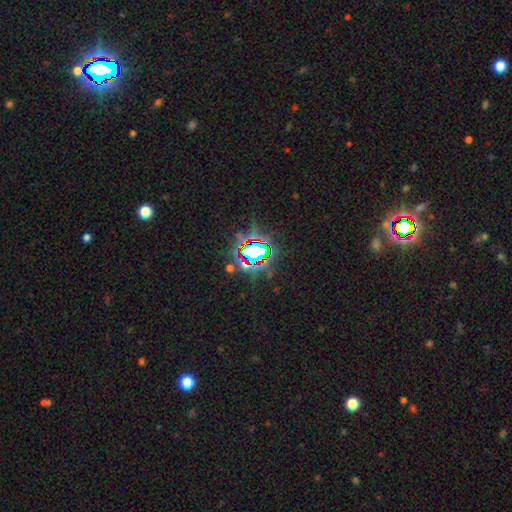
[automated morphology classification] Q: Smooth or featured?
A: star or artifact (72%); runner-up: smooth (16%)